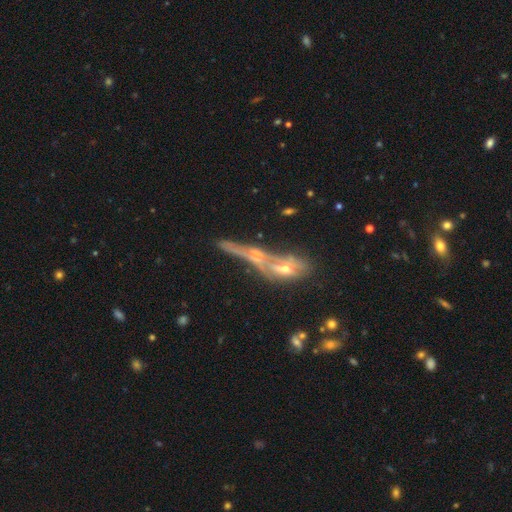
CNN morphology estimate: Smooth or featured? Predicted: featured or disk (p=0.57). Edge-on disk? Predicted: yes (p=0.58). Merging? Predicted: merger (p=0.48).